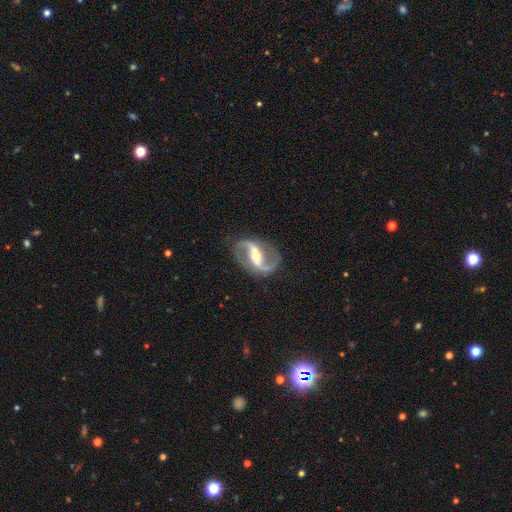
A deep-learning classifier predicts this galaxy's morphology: Smooth or featured: featured or disk — 92% (star or artifact — 4%)
Edge-on disk: no — 97% (yes — 3%)
Bar: strong — 53% (weak — 31%)
Spiral arms: yes — 97% (no — 3%)
Spiral winding: medium — 49% (loose — 40%)
Spiral arm count: 2 — 94% (1 — 1%)
Bulge size: moderate — 53% (small — 40%)
Merging: none — 85% (minor disturbance — 9%)